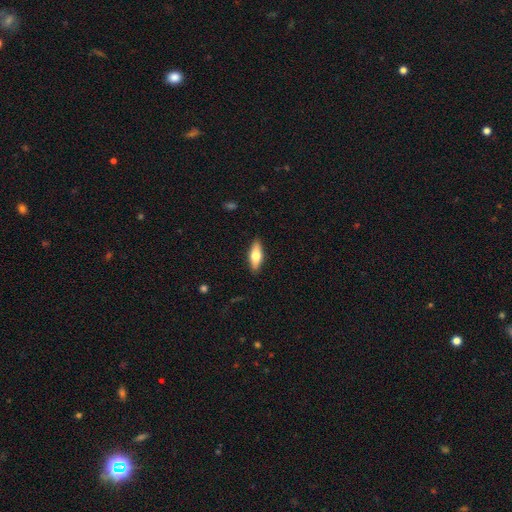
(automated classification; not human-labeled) Smooth or featured? Predicted: smooth (p=0.61). How rounded? Predicted: in between (p=0.64). Merging? Predicted: none (p=0.88).